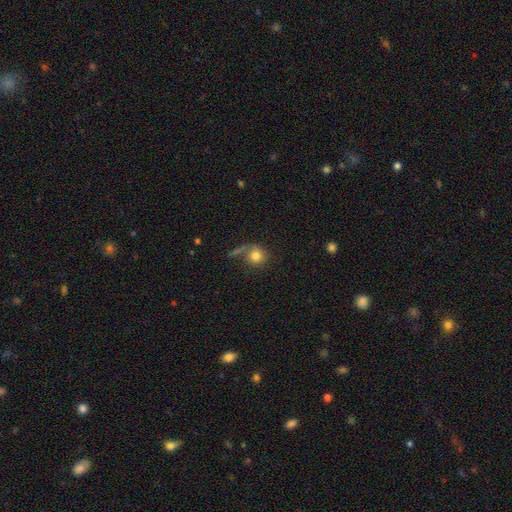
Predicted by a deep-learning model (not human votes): Morphology: type=smooth (78%); roundness=round (86%); merging=none (54%).